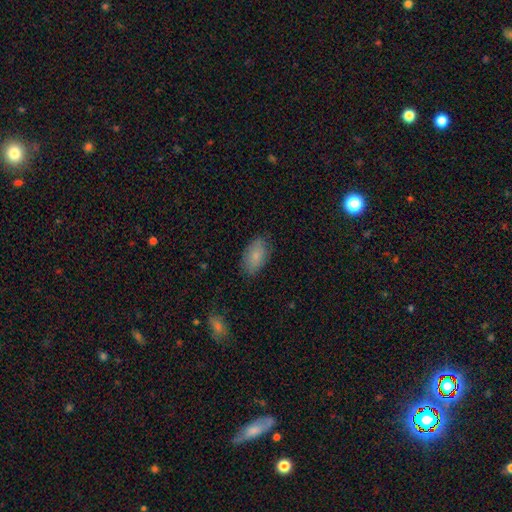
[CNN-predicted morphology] This is clearly a smooth galaxy (81%). How rounded: clearly in between (93%). Merging: clearly none (82%).